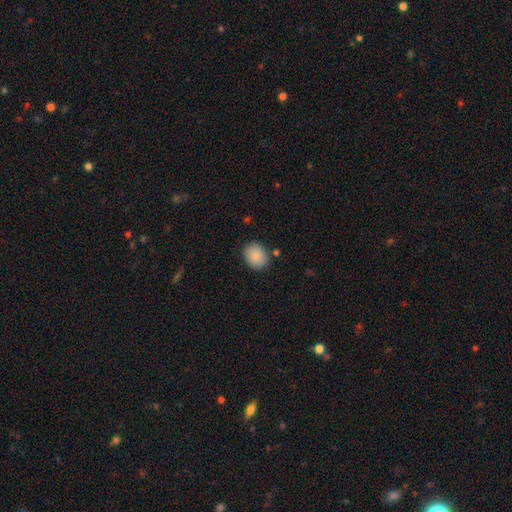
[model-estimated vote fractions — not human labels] Smooth or featured? smooth (86%)
How rounded? round (54%)
Merging? none (85%)